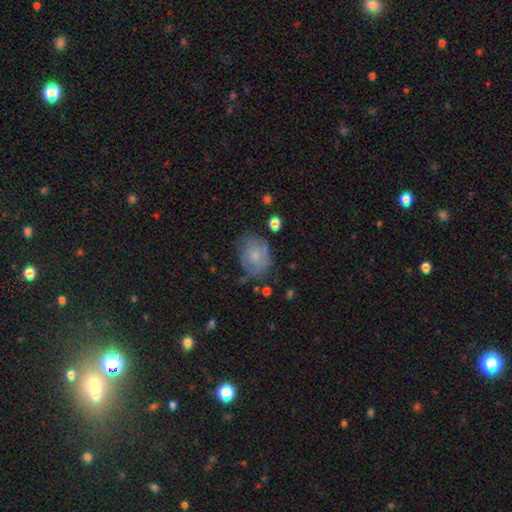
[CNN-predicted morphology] A smooth galaxy with no disk features (62%) that is in between round and cigar-shaped (52%).

Vote fractions:
- Smooth or featured? smooth: 62% / featured or disk: 29% / star or artifact: 9%
- How rounded? in between: 52% / round: 46% / cigar-shaped: 1%
- Merging? none: 53% / minor disturbance: 30% / major disturbance: 14% / merger: 3%